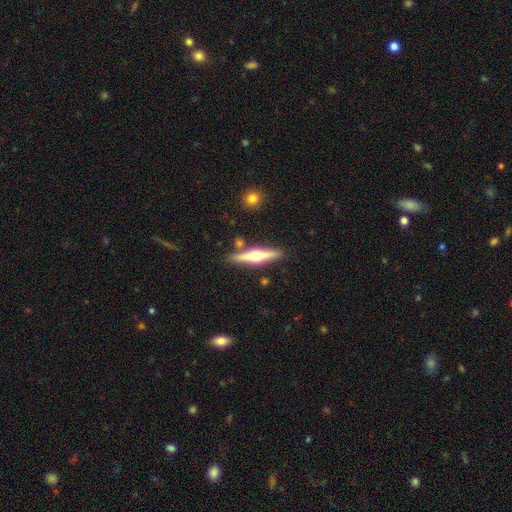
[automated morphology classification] This appears to be a featured or disk galaxy (66%) viewed edge-on (97%) with a rounded central bulge (92%). Merging: none (84%).